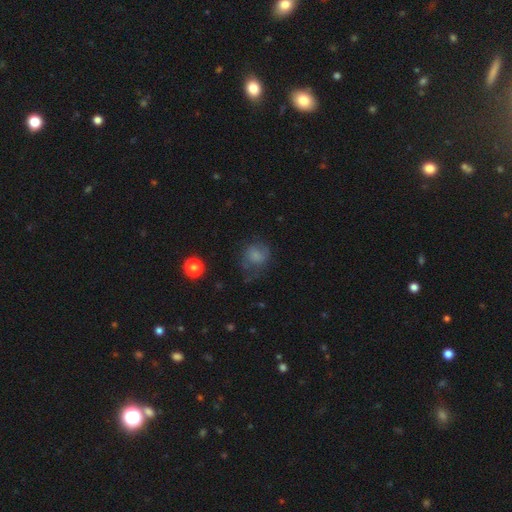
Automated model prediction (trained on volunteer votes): smooth 68%, featured or disk 20%, star or artifact 12%. Down the decision tree: how rounded — round (70%); merging — none (49%).